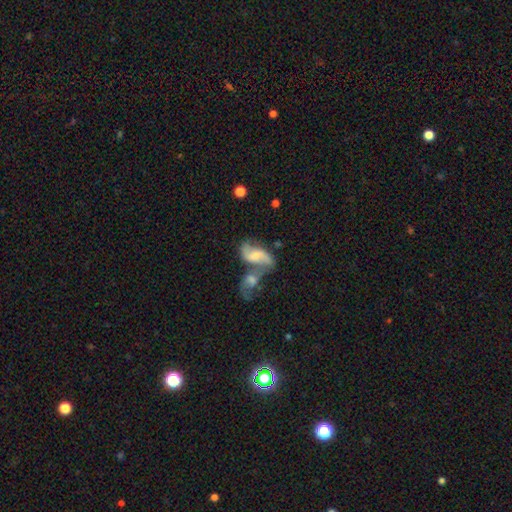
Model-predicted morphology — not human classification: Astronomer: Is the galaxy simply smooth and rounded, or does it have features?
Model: featured or disk — 64%.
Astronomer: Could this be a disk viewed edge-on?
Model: no — 95%.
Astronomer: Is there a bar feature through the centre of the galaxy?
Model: no — 46% (runner-up: weak, 41%).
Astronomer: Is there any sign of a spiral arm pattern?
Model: yes — 88%.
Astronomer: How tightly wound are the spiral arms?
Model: loose — 67%.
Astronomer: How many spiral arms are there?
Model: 2 — 86%.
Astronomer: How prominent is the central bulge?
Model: small — 37% (runner-up: moderate, 34%).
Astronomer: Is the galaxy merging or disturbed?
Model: merger — 59%.